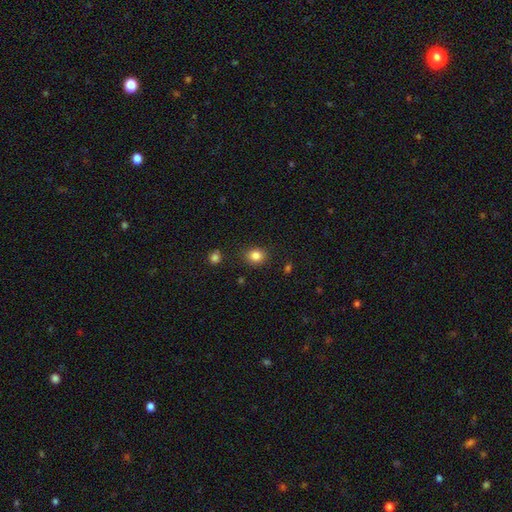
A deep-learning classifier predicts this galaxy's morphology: This appears to be a smooth galaxy with no disk features (84%) that is round (71%). Merging: none (85%).